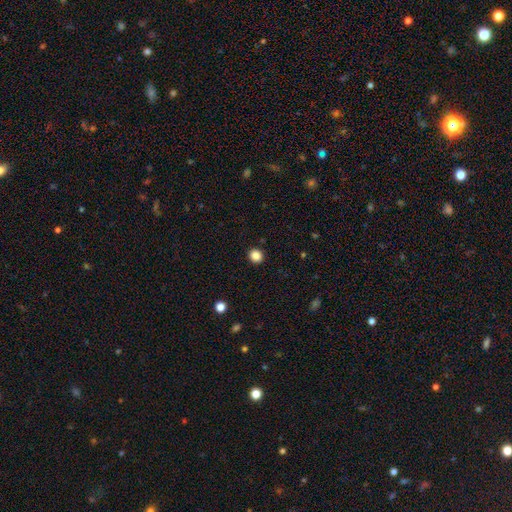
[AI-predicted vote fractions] smooth-or-featured: smooth: 86% | star or artifact: 11% | featured or disk: 3%
  how-rounded: round: 82% | in between: 17% | cigar-shaped: 1%
  merging: none: 92% | minor disturbance: 6% | major disturbance: 2% | merger: 1%